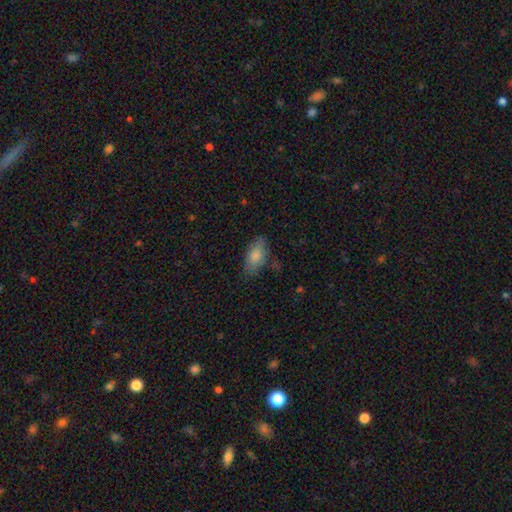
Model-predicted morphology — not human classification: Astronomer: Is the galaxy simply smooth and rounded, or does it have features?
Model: smooth — 82%.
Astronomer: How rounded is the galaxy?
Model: in between — 90%.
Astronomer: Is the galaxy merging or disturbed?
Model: none — 74%.